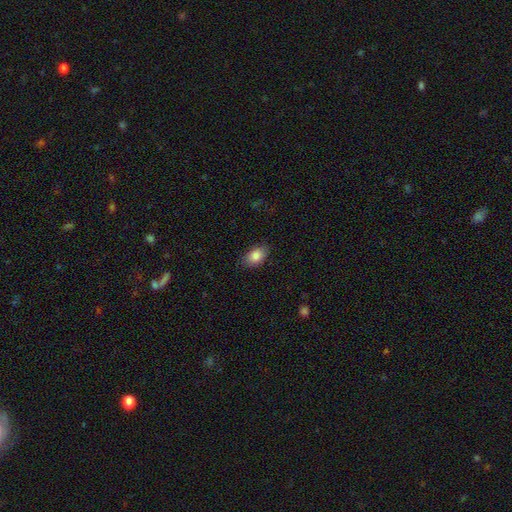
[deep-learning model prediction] The model was most divided on "merging": none: 83%, minor disturbance: 13%, major disturbance: 3%, merger: 1%. More confident: how rounded — in between (88%); smooth or featured — smooth (85%).